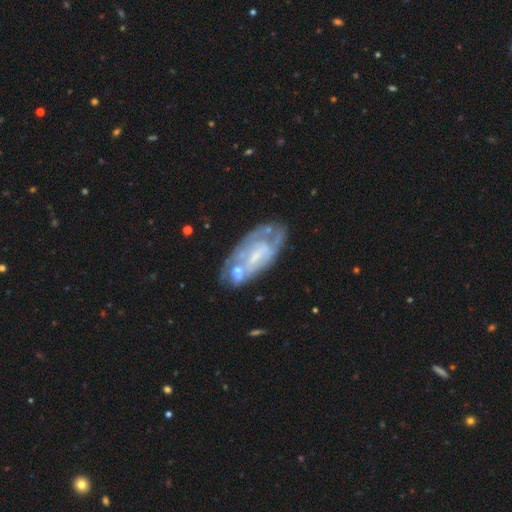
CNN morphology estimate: This appears to be a featured or disk galaxy (67%) with no bar (59%), no spiral arms (53%) and a small central bulge (42%). Merging: none (48%).